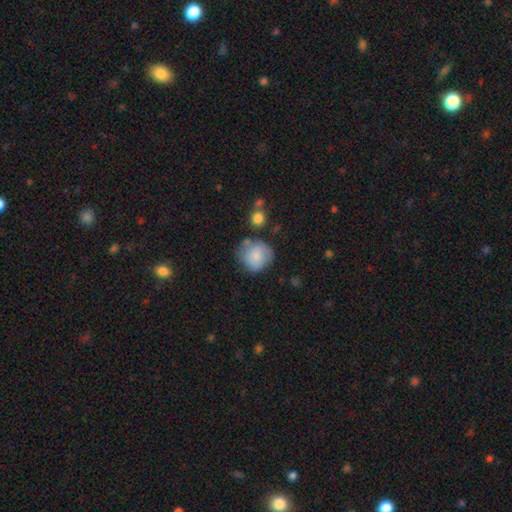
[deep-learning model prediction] smooth-or-featured: smooth: 73% | featured or disk: 20% | star or artifact: 7%
  how-rounded: round: 84% | in between: 15% | cigar-shaped: 1%
  merging: none: 58% | minor disturbance: 24% | major disturbance: 9% | merger: 8%